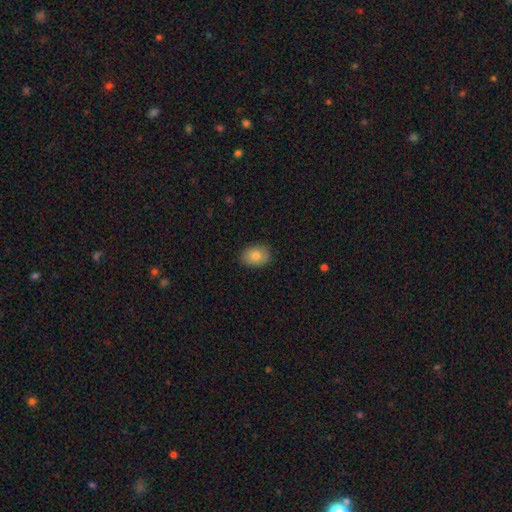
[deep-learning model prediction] Smooth or featured?
  - smooth: 83% *
  - featured or disk: 9%
  - star or artifact: 9%
How rounded?
  - in between: 73% *
  - round: 26%
  - cigar-shaped: 1%
Merging?
  - none: 87% *
  - minor disturbance: 10%
  - major disturbance: 2%
  - merger: 1%